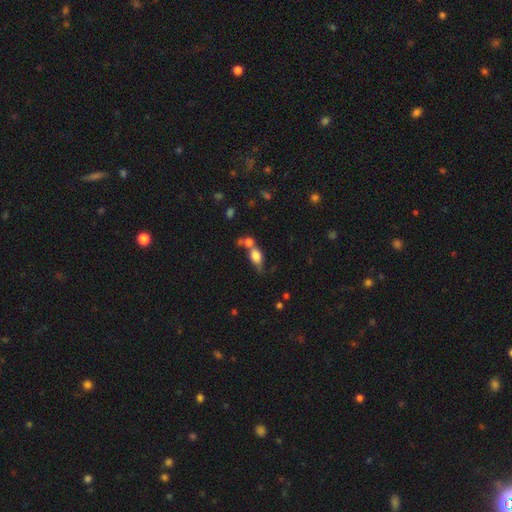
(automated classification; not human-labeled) smooth-or-featured: smooth: 73% | featured or disk: 16% | star or artifact: 10%
  how-rounded: in between: 68% | round: 25% | cigar-shaped: 8%
  merging: merger: 44% | none: 31% | minor disturbance: 15% | major disturbance: 10%